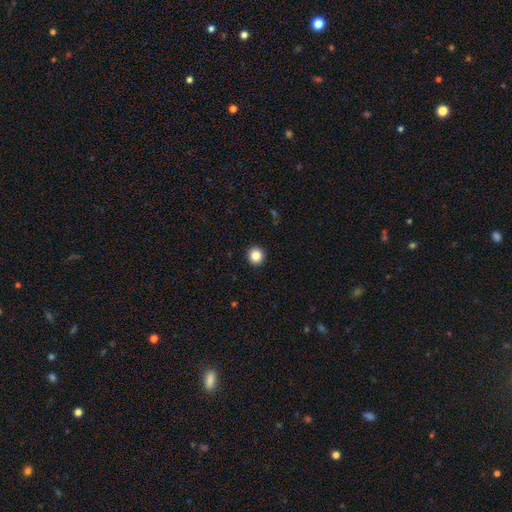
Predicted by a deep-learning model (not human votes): This appears to be a smooth galaxy with no disk features (86%) that is round (94%). Merging: none (93%).